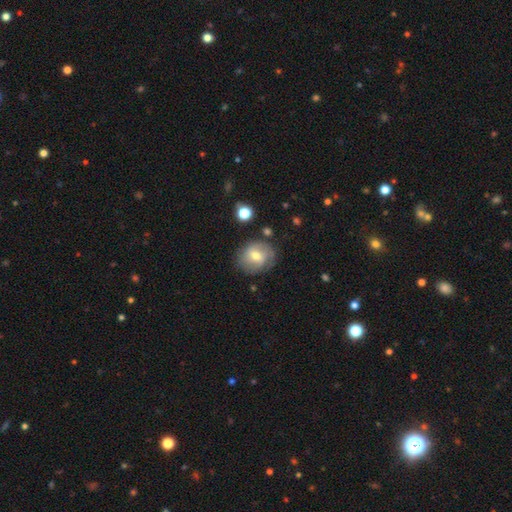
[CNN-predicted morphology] Smooth or featured: featured or disk — 50% (smooth — 42%)
Edge-on disk: no — 96% (yes — 4%)
Merging: none — 68% (minor disturbance — 20%)